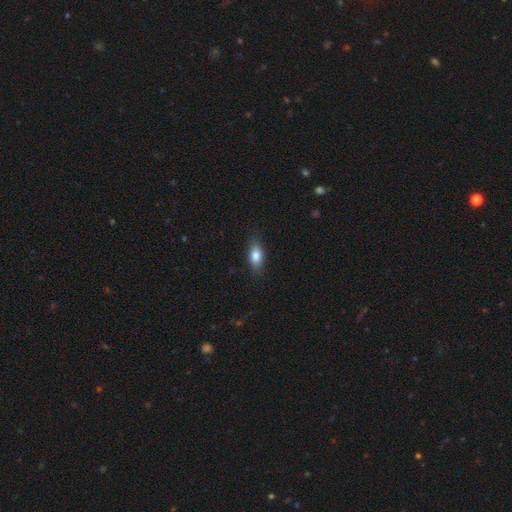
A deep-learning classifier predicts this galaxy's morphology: Overall: smooth (81%). How rounded: in between (80%). Merging: none (82%).